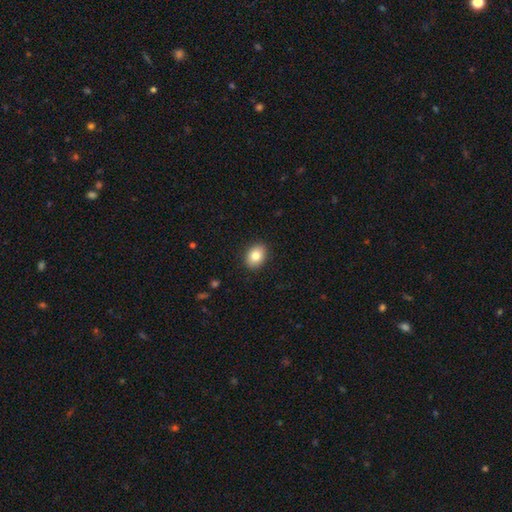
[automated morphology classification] This appears to be a smooth galaxy with no disk features (83%) that is in between round and cigar-shaped (71%). Merging: none (90%).